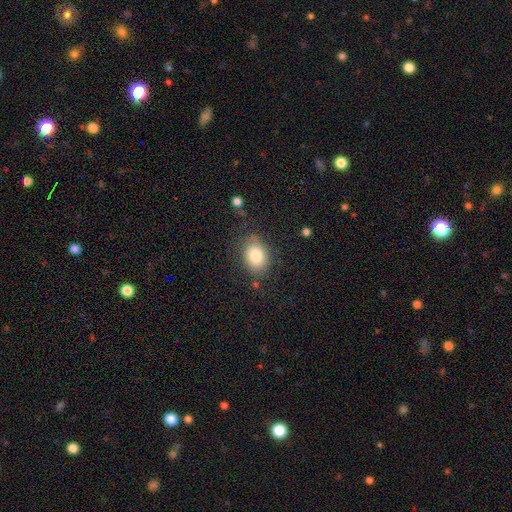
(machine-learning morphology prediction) A smooth galaxy with no disk features (82%) that is in between round and cigar-shaped (73%).

Vote fractions:
- Smooth or featured? smooth: 82% / featured or disk: 10% / star or artifact: 8%
- How rounded? in between: 73% / round: 26% / cigar-shaped: 1%
- Merging? none: 74% / minor disturbance: 17% / major disturbance: 6% / merger: 3%